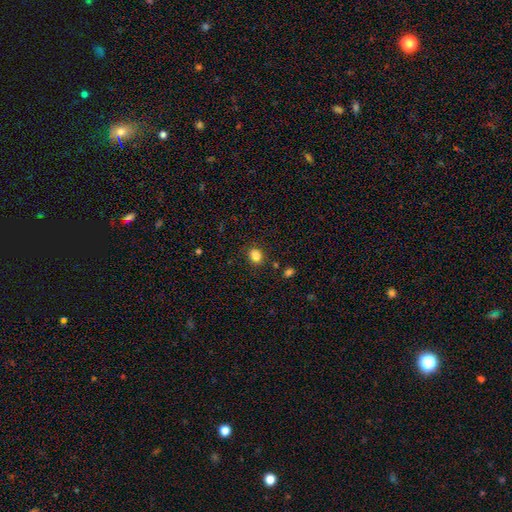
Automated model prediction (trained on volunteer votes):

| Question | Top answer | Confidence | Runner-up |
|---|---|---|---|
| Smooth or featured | smooth | 85% | star or artifact (11%) |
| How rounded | in between | 56% | round (43%) |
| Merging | none | 85% | minor disturbance (10%) |